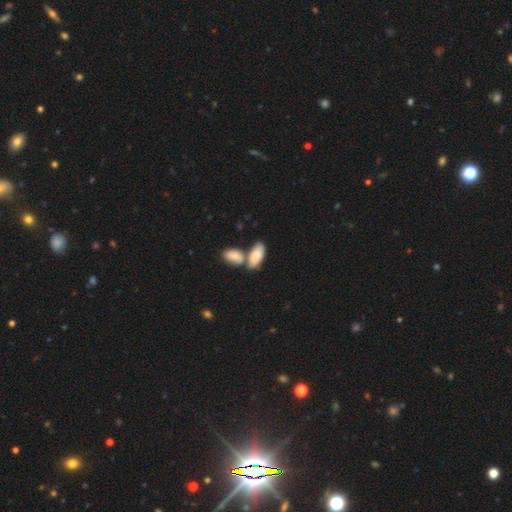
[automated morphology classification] Q: Smooth or featured?
A: smooth (83%); runner-up: featured or disk (12%)
Q: How rounded?
A: in between (91%); runner-up: cigar-shaped (6%)
Q: Merging?
A: merger (48%); runner-up: none (36%)